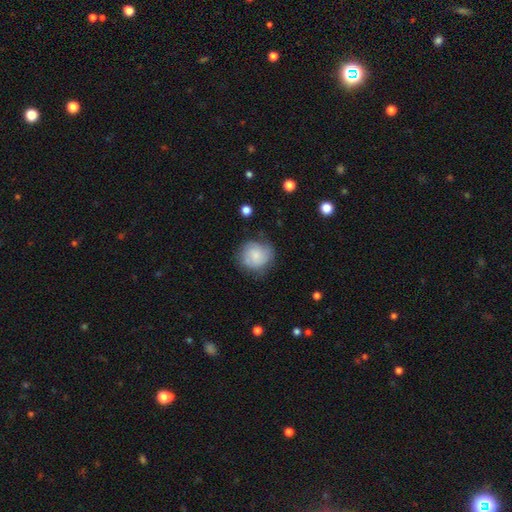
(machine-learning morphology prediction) smooth-or-featured: smooth: 60% | featured or disk: 33% | star or artifact: 8%
  how-rounded: round: 86% | in between: 13% | cigar-shaped: 1%
  merging: none: 67% | minor disturbance: 23% | major disturbance: 8% | merger: 2%